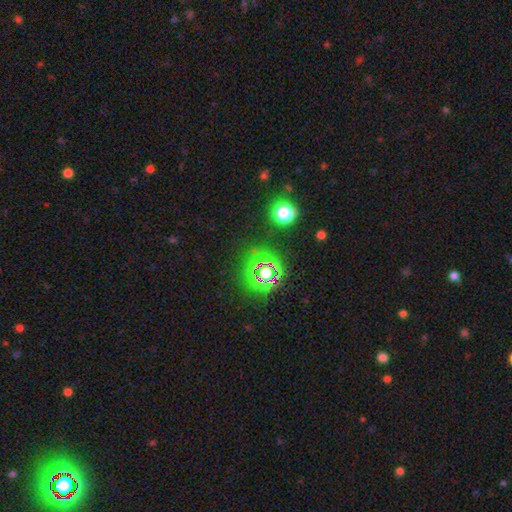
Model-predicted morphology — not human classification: Q: Smooth or featured?
A: star or artifact (78%); runner-up: smooth (16%)